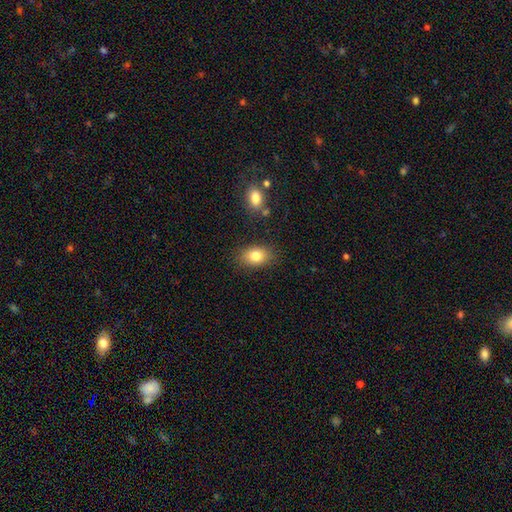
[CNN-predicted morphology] A smooth galaxy with no disk features (81%) that is in between round and cigar-shaped (84%).

Vote fractions:
- Smooth or featured? smooth: 81% / featured or disk: 10% / star or artifact: 9%
- How rounded? in between: 84% / round: 15% / cigar-shaped: 2%
- Merging? none: 83% / minor disturbance: 11% / major disturbance: 3% / merger: 3%